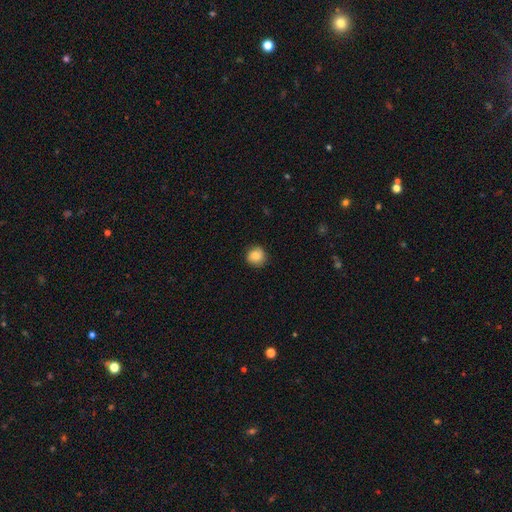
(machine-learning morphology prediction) This appears to be a smooth galaxy with no disk features (83%) that is round (91%). Merging: none (84%).